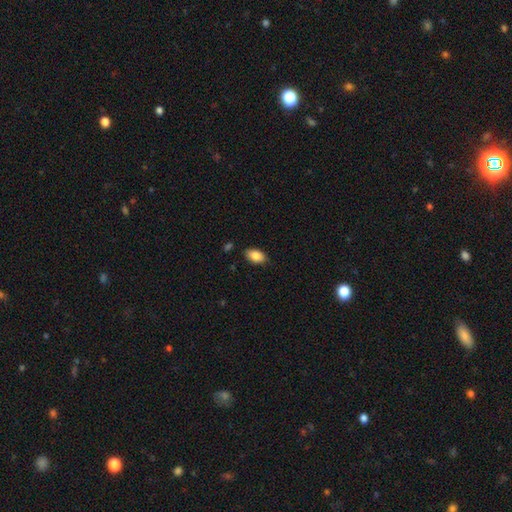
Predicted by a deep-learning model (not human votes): A smooth galaxy with no disk features (86%) that is in between round and cigar-shaped (92%). Merging: none (85%).